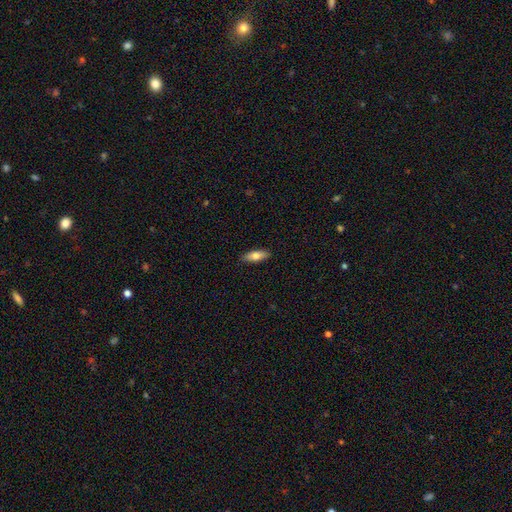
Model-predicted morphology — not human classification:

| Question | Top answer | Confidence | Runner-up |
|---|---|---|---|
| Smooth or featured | smooth | 73% | featured or disk (21%) |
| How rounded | in between | 65% | cigar-shaped (32%) |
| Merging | none | 88% | minor disturbance (9%) |